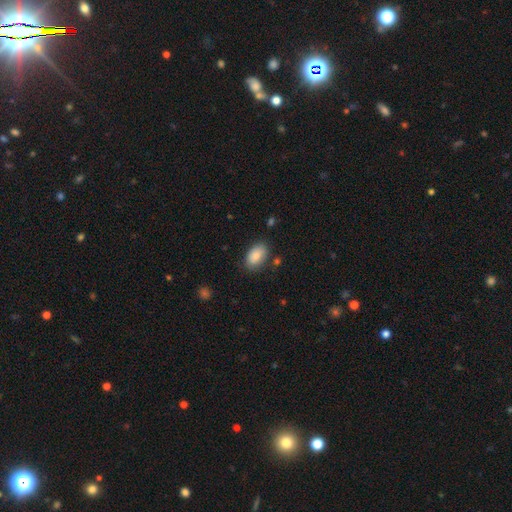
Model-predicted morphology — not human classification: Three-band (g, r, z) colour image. It shows a smooth galaxy with no disk features (86%) that is in between round and cigar-shaped (92%). Merging: none (79%).